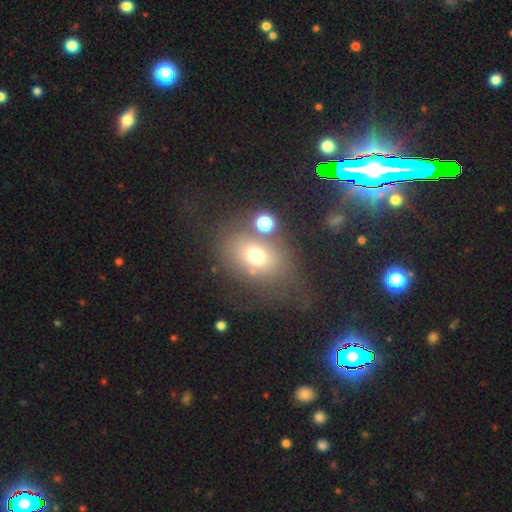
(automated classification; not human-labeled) Q: Smooth or featured?
A: smooth (66%); runner-up: featured or disk (19%)
Q: How rounded?
A: in between (61%); runner-up: round (38%)
Q: Merging?
A: none (51%); runner-up: merger (20%)